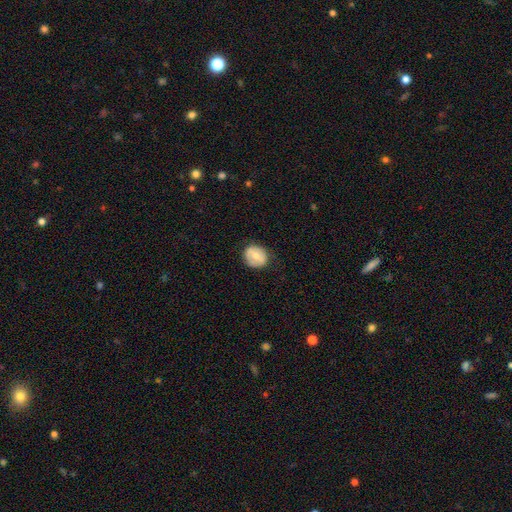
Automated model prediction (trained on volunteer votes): Morphology: type=smooth (64%); roundness=round (73%); merging=none (77%).